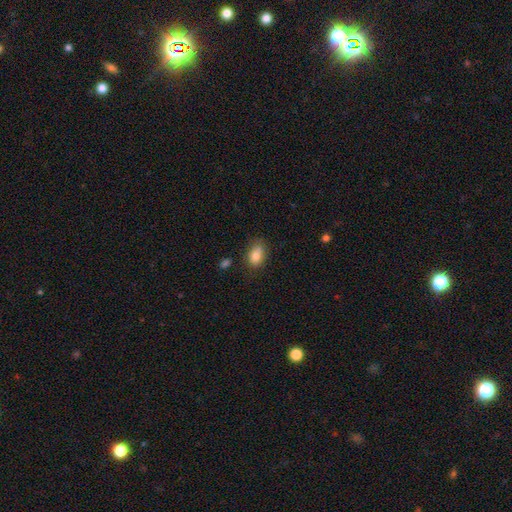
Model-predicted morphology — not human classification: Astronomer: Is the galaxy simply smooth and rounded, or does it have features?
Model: smooth — 82%.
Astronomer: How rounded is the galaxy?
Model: in between — 83%.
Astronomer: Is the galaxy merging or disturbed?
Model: none — 62%.